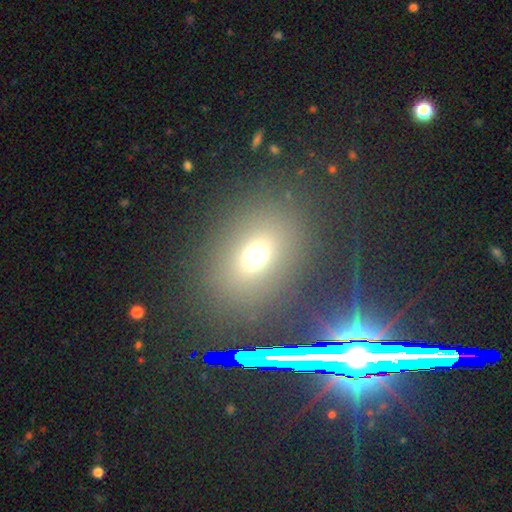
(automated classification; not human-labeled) A smooth galaxy with no disk features (63%) that is in between round and cigar-shaped (58%). Merging: none (80%).